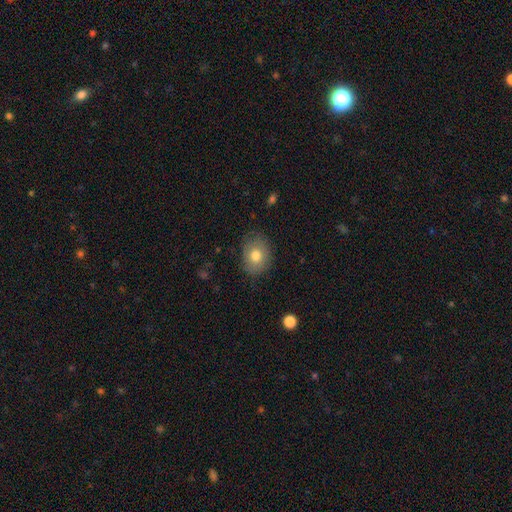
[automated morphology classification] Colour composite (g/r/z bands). It shows a smooth galaxy with no disk features (77%) that is in between round and cigar-shaped (55%). Merging: none (79%).